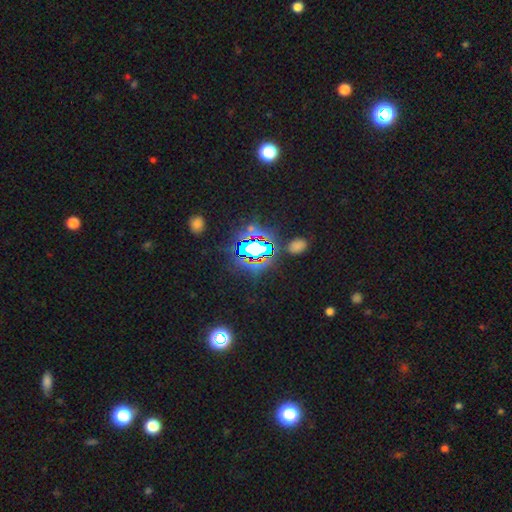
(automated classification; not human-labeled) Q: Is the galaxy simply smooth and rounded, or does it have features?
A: star or artifact — 71%.